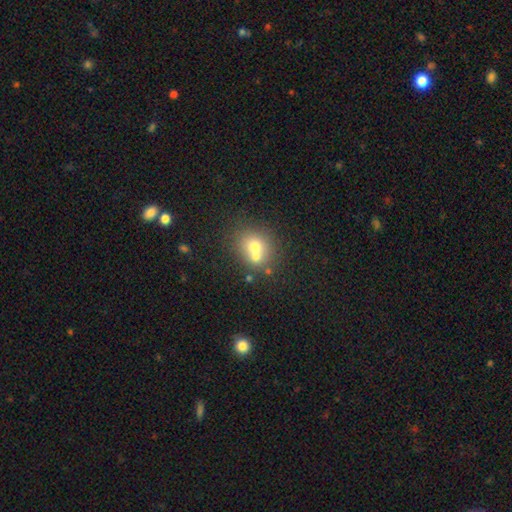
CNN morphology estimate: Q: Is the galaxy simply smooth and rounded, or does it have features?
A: smooth — 66%.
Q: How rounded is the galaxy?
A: round — 77%.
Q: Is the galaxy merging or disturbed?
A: merger — 52%.